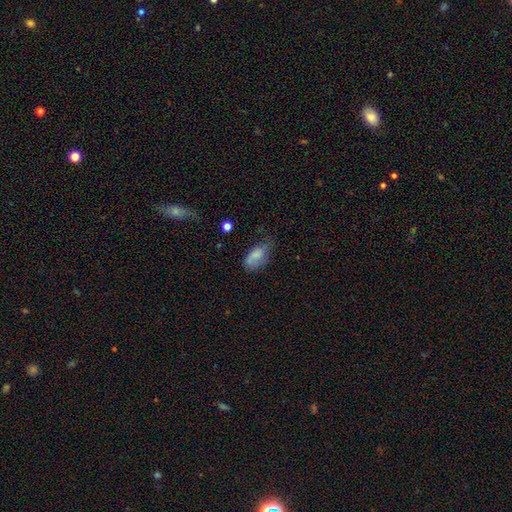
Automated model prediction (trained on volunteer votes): Smooth or featured? Predicted: smooth (p=0.74). How rounded? Predicted: in between (p=0.91). Merging? Predicted: none (p=0.40).